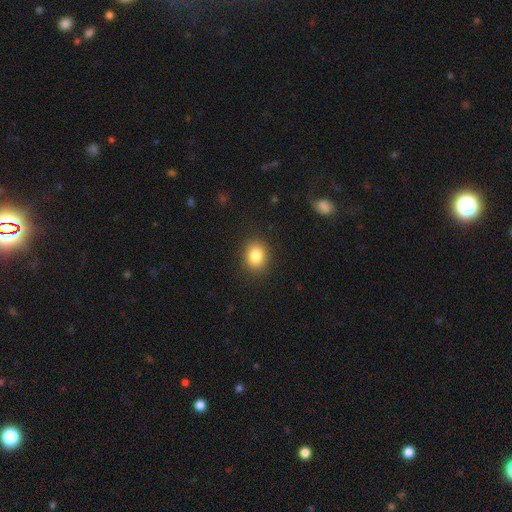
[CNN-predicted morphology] This appears to be a smooth galaxy with no disk features (83%) that is round (61%). Merging: none (89%).